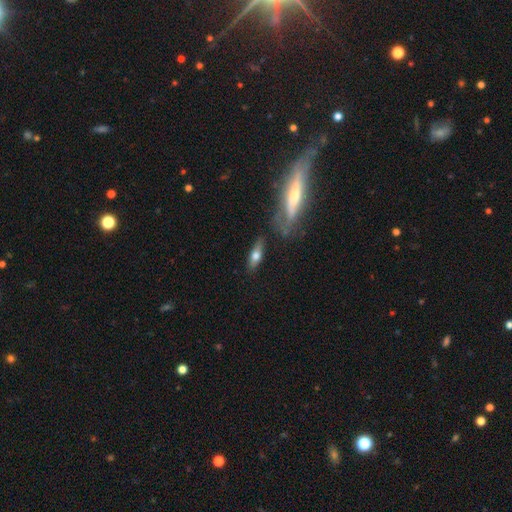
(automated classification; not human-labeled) Smooth or featured: smooth — 60% (featured or disk — 33%)
How rounded: in between — 56% (cigar-shaped — 40%)
Merging: none — 76% (minor disturbance — 15%)